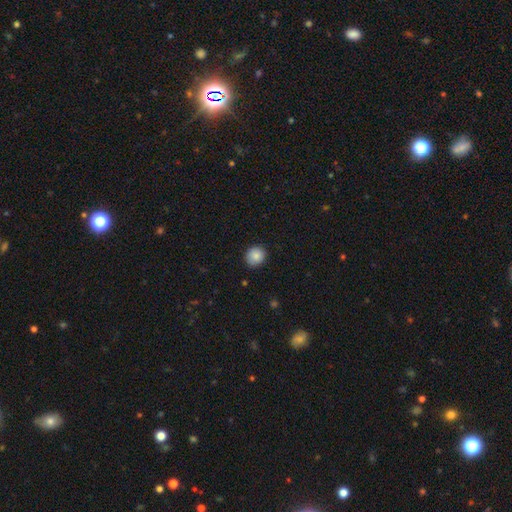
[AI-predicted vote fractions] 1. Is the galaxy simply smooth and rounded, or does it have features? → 87% smooth, 9% star or artifact, 4% featured or disk.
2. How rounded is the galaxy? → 86% round, 13% in between, 1% cigar-shaped.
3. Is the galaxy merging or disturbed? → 88% none, 10% minor disturbance, 2% major disturbance, 1% merger.